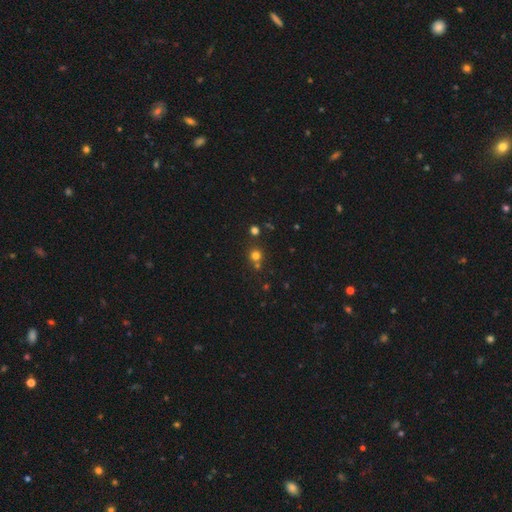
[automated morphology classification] smooth 71%, star or artifact 22%, featured or disk 7%. Down the decision tree: how rounded — round (92%); merging — none (73%).